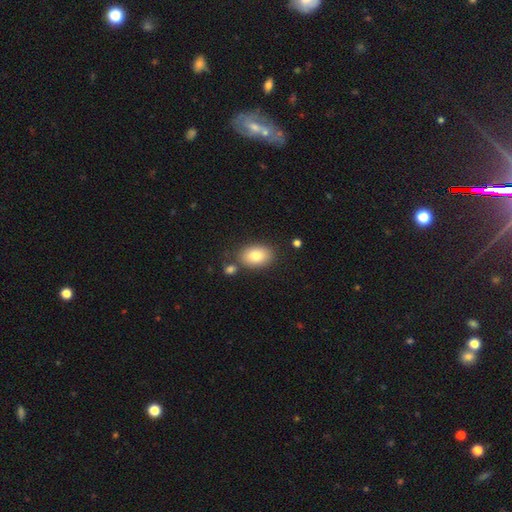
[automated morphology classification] type=smooth (82%); roundness=in between (84%); merging=none (77%).